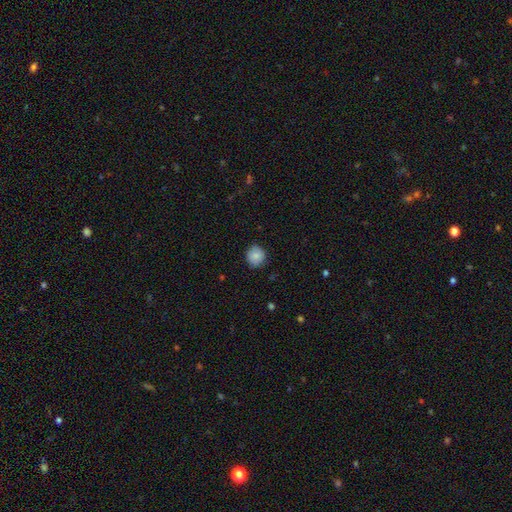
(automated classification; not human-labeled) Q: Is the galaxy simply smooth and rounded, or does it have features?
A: smooth — 86%.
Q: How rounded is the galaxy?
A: round — 88%.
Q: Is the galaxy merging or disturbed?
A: none — 86%.